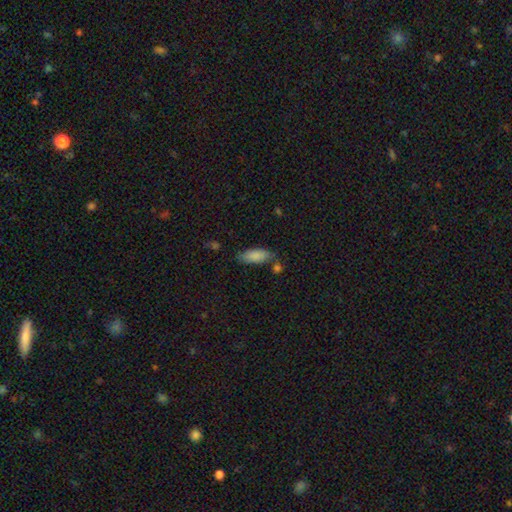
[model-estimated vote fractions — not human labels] Smooth or featured? Predicted: smooth (p=0.85). How rounded? Predicted: in between (p=0.79). Merging? Predicted: none (p=0.68).